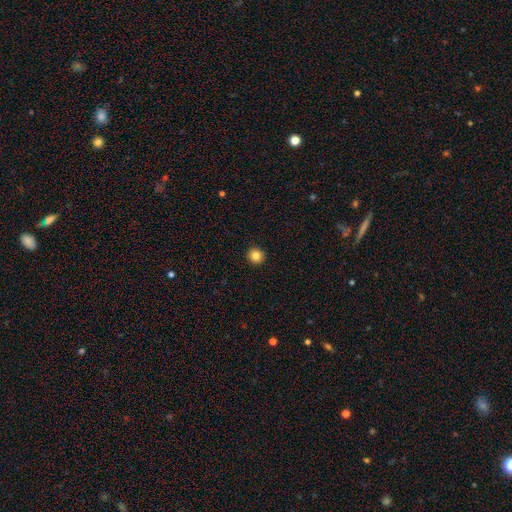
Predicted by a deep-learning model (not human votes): smooth_or_featured: smooth (p=0.84) [alt: star or artifact p=0.11]
how_rounded: round (p=0.94) [alt: in between p=0.05]
merging: none (p=0.93) [alt: minor disturbance p=0.04]